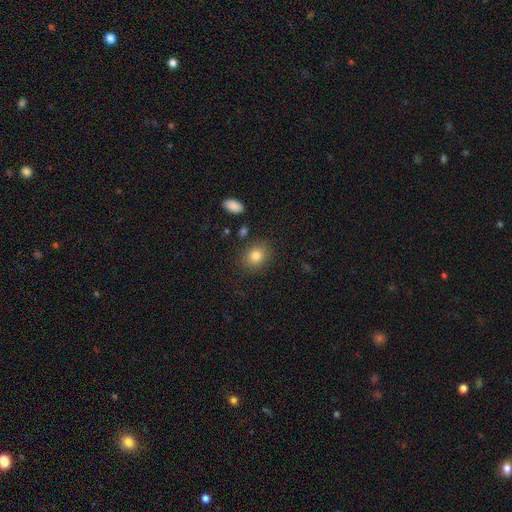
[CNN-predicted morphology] smooth-or-featured: smooth: 81% | star or artifact: 10% | featured or disk: 9%
  how-rounded: round: 51% | in between: 48% | cigar-shaped: 1%
  merging: none: 85% | minor disturbance: 10% | major disturbance: 3% | merger: 2%